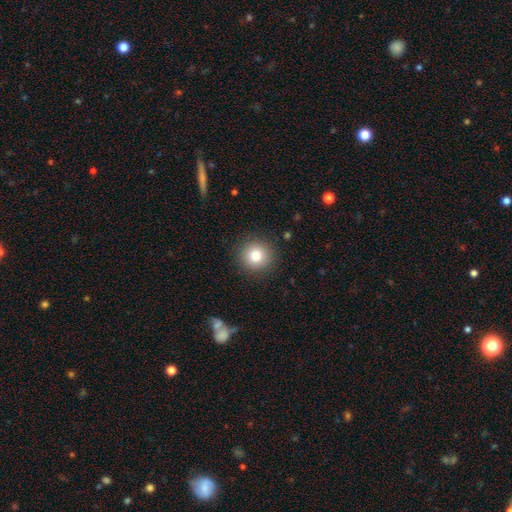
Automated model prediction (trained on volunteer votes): smooth-or-featured: smooth: 82% | star or artifact: 10% | featured or disk: 8%
  how-rounded: round: 94% | in between: 5% | cigar-shaped: 1%
  merging: none: 90% | minor disturbance: 6% | major disturbance: 2% | merger: 1%